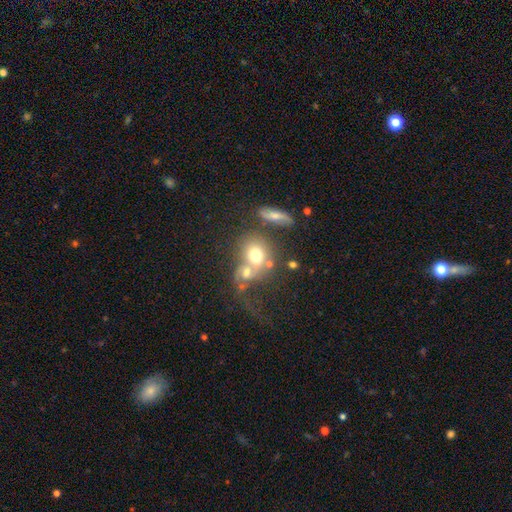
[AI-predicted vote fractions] Smooth or featured? smooth (60%)
How rounded? round (61%)
Merging? merger (50%)